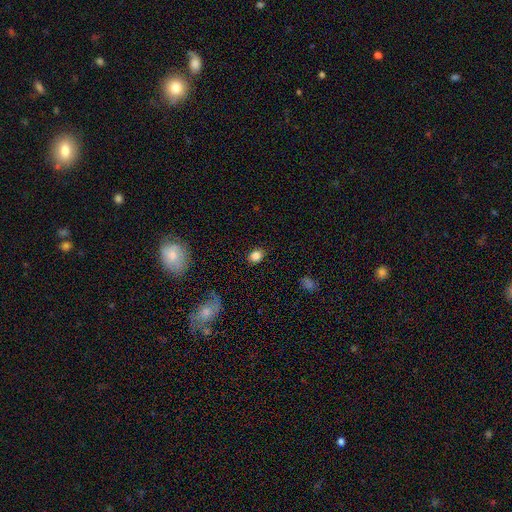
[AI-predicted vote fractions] Smooth or featured? Predicted: smooth (p=0.83). How rounded? Predicted: round (p=0.52). Merging? Predicted: none (p=0.86).